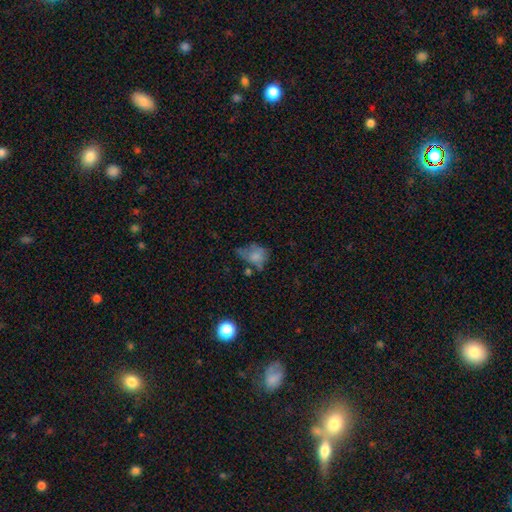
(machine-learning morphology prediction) The model was most divided on "merging": minor disturbance: 31%, none: 30%, major disturbance: 28%, merger: 12%. More confident: smooth or featured — smooth (67%); how rounded — in between (60%).